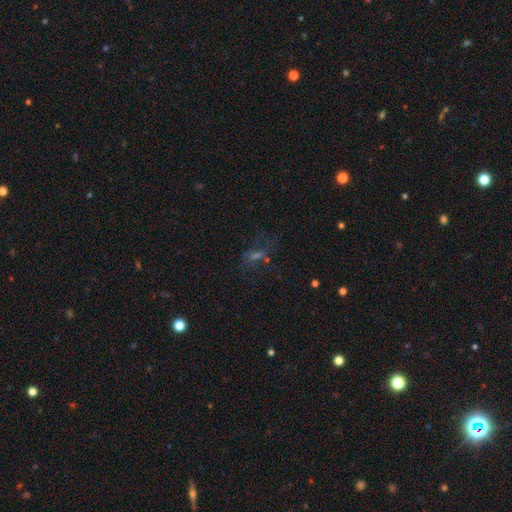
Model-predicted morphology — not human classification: Smooth or featured?
  - star or artifact: 40% *
  - smooth: 32%
  - featured or disk: 28%